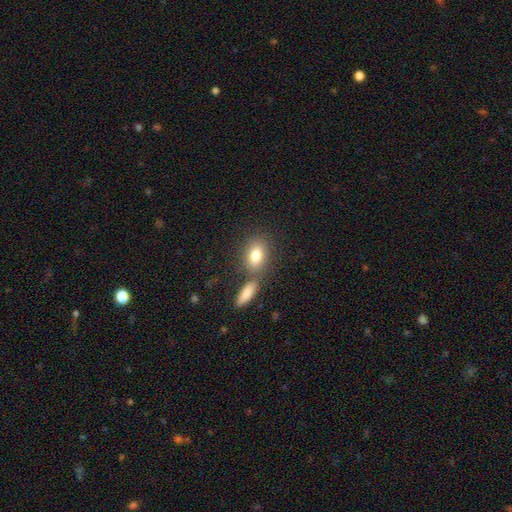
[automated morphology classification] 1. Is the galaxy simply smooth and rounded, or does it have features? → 80% smooth, 11% featured or disk, 9% star or artifact.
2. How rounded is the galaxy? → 76% in between, 19% round, 4% cigar-shaped.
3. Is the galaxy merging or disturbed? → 60% none, 25% merger, 11% minor disturbance, 4% major disturbance.